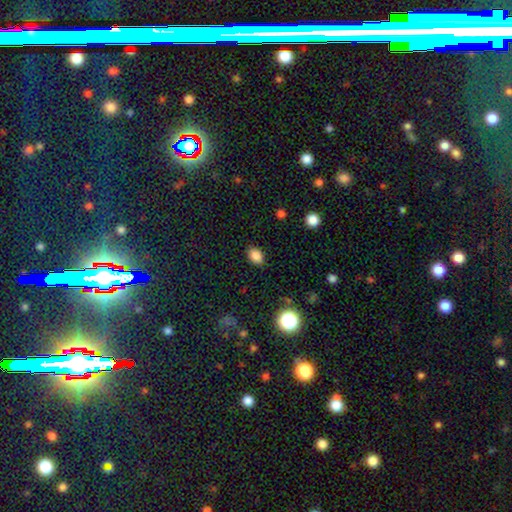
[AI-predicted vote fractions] smooth_or_featured: smooth (p=0.84) [alt: star or artifact p=0.12]
how_rounded: in between (p=0.77) [alt: round p=0.22]
merging: none (p=0.85) [alt: minor disturbance p=0.11]